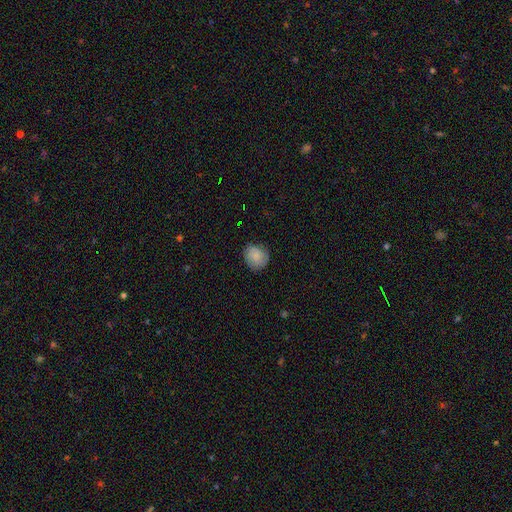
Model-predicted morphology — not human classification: This is clearly a smooth galaxy (84%). How rounded: likely round (76%). Merging: likely none (79%).